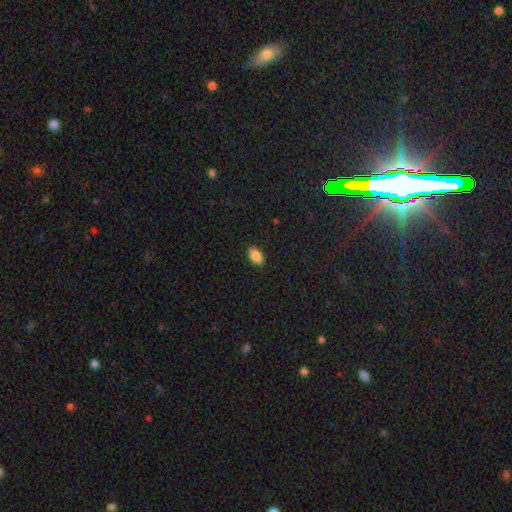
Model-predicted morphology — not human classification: A smooth galaxy with no disk features (88%) that is in between round and cigar-shaped (93%).

Vote fractions:
- Smooth or featured? smooth: 88% / star or artifact: 8% / featured or disk: 4%
- How rounded? in between: 93% / round: 4% / cigar-shaped: 3%
- Merging? none: 89% / minor disturbance: 8% / major disturbance: 2% / merger: 1%